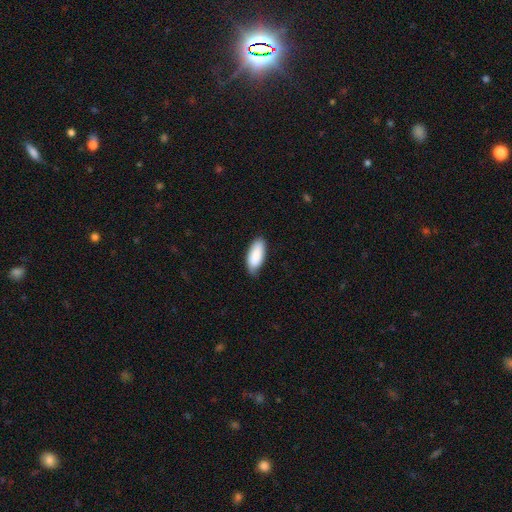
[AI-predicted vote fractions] The model was most divided on "merging": none: 72%, minor disturbance: 23%, major disturbance: 3%, merger: 1%. More confident: smooth or featured — smooth (86%); how rounded — in between (85%).